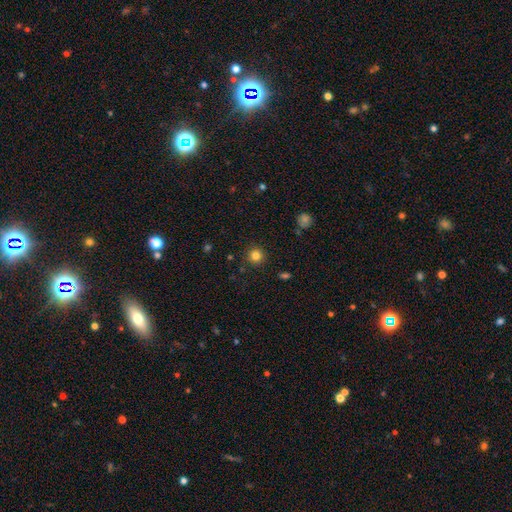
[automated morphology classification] This is clearly a smooth galaxy (82%). How rounded: clearly round (94%). Merging: clearly none (90%).